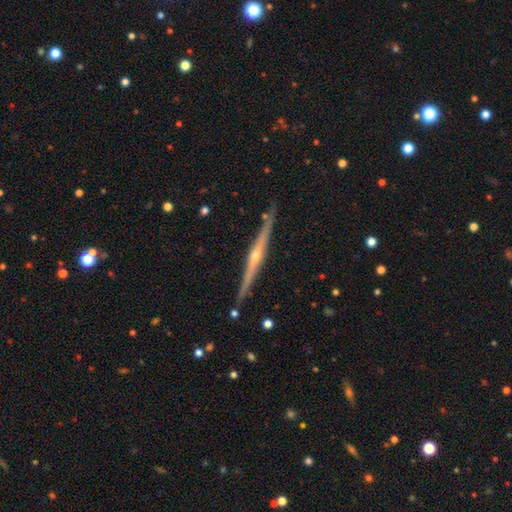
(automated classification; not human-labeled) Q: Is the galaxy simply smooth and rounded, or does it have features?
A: featured or disk — 84%.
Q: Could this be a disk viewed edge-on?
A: yes — 98%.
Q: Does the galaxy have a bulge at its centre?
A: rounded — 82%.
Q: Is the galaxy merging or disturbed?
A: none — 88%.